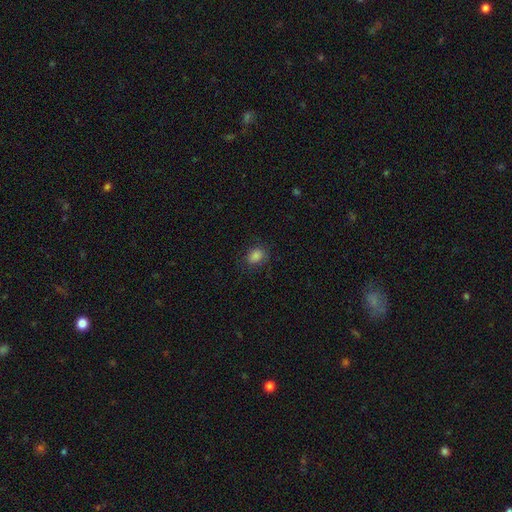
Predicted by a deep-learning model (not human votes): Smooth or featured? Predicted: smooth (p=0.83). How rounded? Predicted: in between (p=0.51). Merging? Predicted: none (p=0.79).